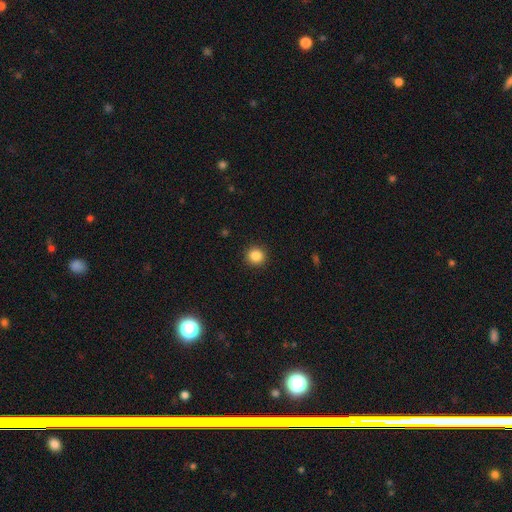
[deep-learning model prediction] Overall: smooth (85%). How rounded: round (92%). Merging: none (92%).